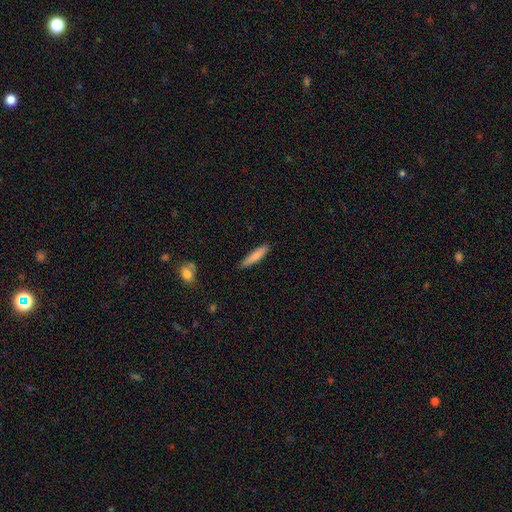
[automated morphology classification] smooth_or_featured: smooth (p=0.81) [alt: featured or disk p=0.13]
how_rounded: cigar-shaped (p=0.83) [alt: in between p=0.16]
merging: none (p=0.83) [alt: minor disturbance p=0.13]